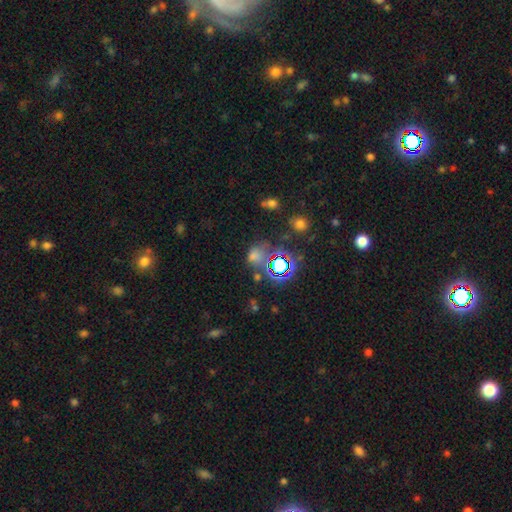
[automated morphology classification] Overall: smooth (50%; star or artifact 39%). Merging: none (50%; minor disturbance 18%).